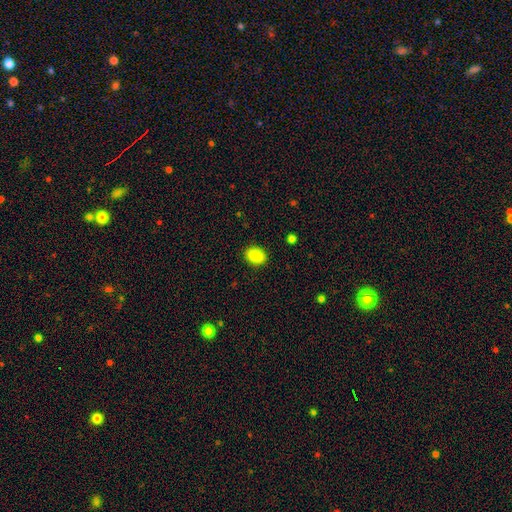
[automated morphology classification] smooth 85%, star or artifact 9%, featured or disk 6%. Down the decision tree: how rounded — in between (56%); merging — none (90%).